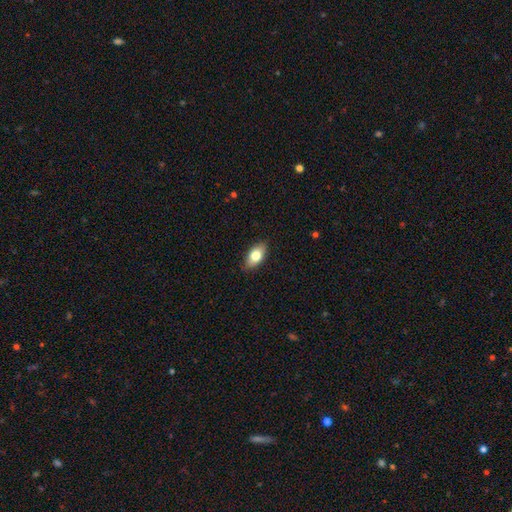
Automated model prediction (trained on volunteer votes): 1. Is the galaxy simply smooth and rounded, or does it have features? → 75% smooth, 18% featured or disk, 7% star or artifact.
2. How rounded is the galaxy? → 89% in between, 6% round, 5% cigar-shaped.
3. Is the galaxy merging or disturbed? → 86% none, 11% minor disturbance, 2% major disturbance, 1% merger.